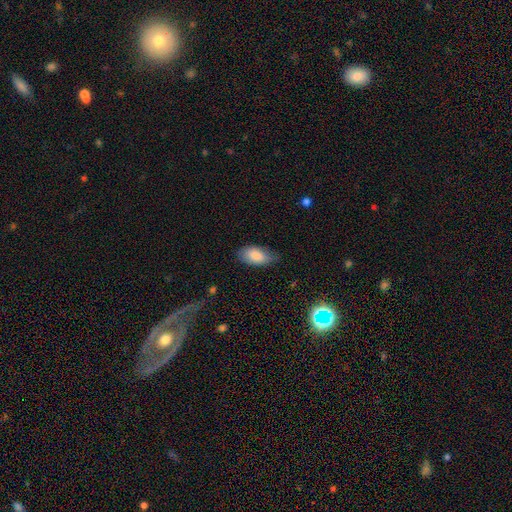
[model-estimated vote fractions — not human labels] A smooth galaxy with no disk features (86%) that is in between round and cigar-shaped (94%).

Vote fractions:
- Smooth or featured? smooth: 86% / featured or disk: 8% / star or artifact: 6%
- How rounded? in between: 94% / round: 3% / cigar-shaped: 3%
- Merging? none: 63% / minor disturbance: 30% / major disturbance: 6% / merger: 1%